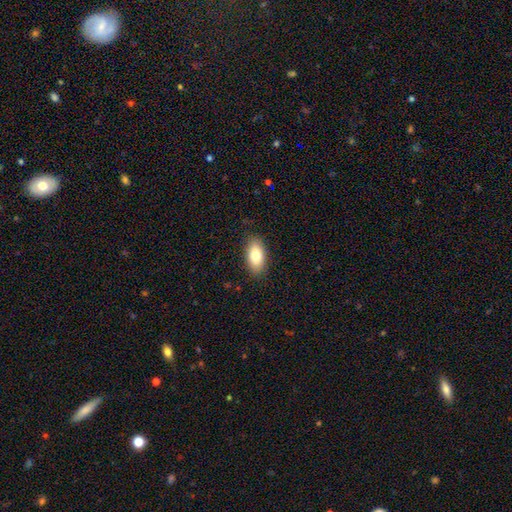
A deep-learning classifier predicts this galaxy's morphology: smooth_or_featured: smooth (p=0.82) [alt: featured or disk p=0.11]
how_rounded: in between (p=0.91) [alt: cigar-shaped p=0.05]
merging: none (p=0.87) [alt: minor disturbance p=0.09]